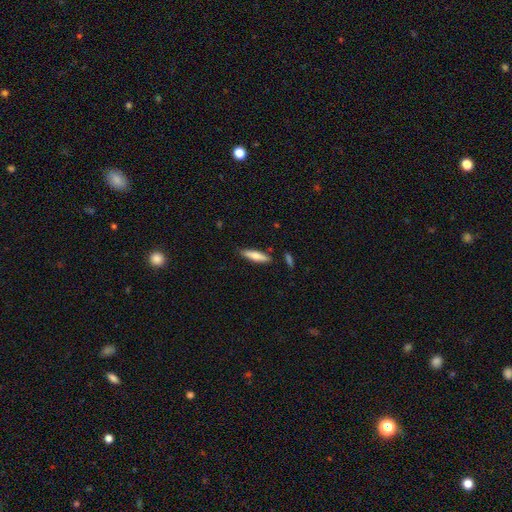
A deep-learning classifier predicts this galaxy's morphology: This appears to be a smooth galaxy with no disk features (75%) that is cigar-shaped (76%). Merging: none (83%).